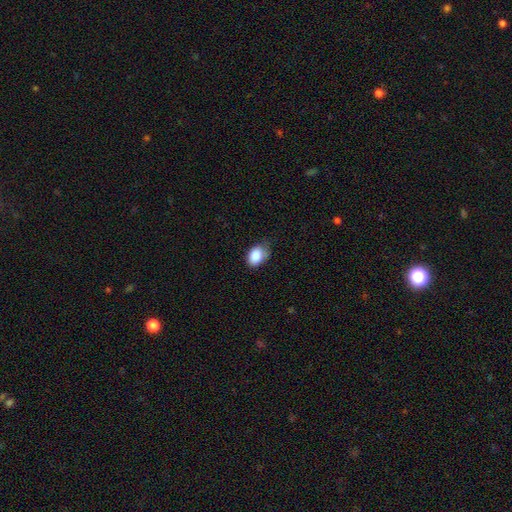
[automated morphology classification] This is clearly a smooth galaxy (86%). How rounded: likely in between (78%). Merging: possibly none (53%).